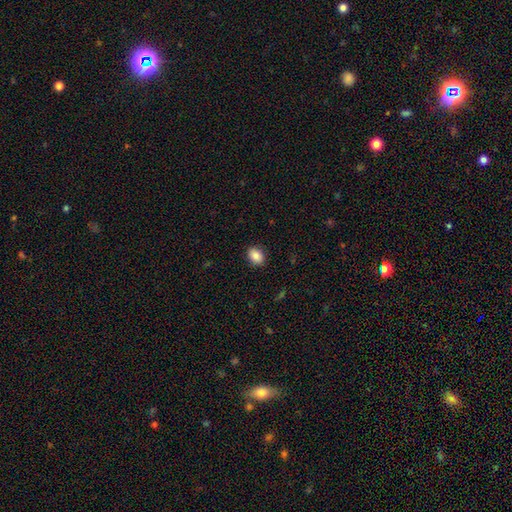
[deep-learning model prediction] Smooth or featured: smooth — 87% (star or artifact — 8%)
How rounded: in between — 69% (round — 30%)
Merging: none — 88% (minor disturbance — 9%)